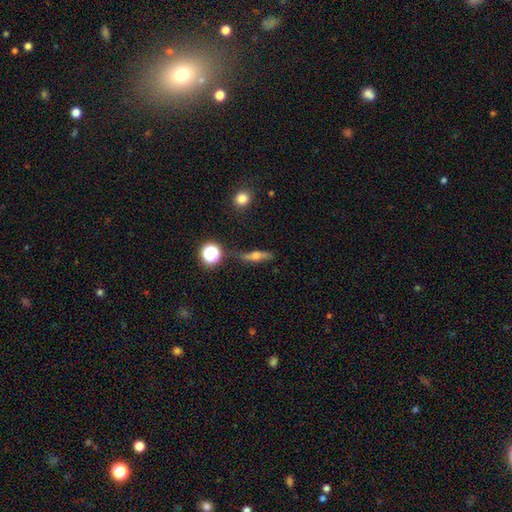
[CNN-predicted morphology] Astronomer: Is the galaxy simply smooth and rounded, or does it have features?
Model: featured or disk — 45% (runner-up: smooth, 42%).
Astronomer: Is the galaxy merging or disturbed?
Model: none — 77%.